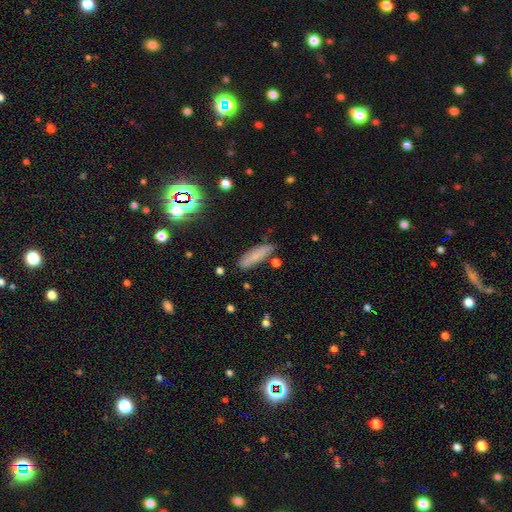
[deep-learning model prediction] Overall: smooth (72%). How rounded: cigar-shaped (65%; in between 33%). Merging: none (79%).